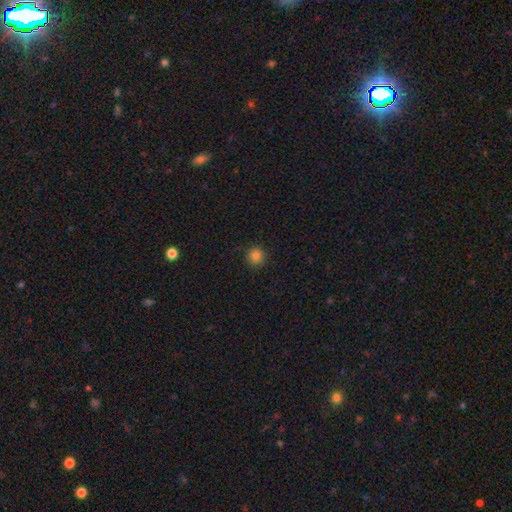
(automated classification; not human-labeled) A smooth galaxy with no disk features (83%) that is round (94%).

Vote fractions:
- Smooth or featured? smooth: 83% / star or artifact: 12% / featured or disk: 5%
- How rounded? round: 94% / in between: 5% / cigar-shaped: 1%
- Merging? none: 91% / minor disturbance: 6% / major disturbance: 2% / merger: 1%